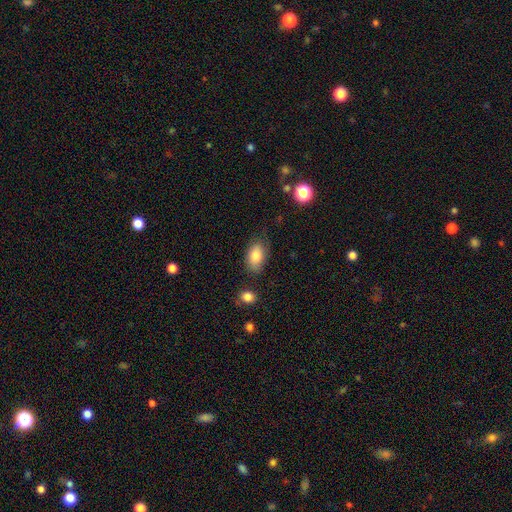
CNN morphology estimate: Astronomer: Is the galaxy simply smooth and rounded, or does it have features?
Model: smooth — 82%.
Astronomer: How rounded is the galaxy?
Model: in between — 91%.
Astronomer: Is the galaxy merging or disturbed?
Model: none — 75%.